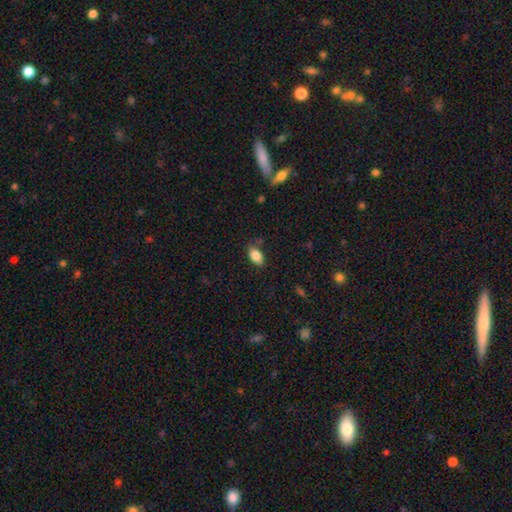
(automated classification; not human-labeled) smooth_or_featured: smooth (p=0.86) [alt: star or artifact p=0.08]
how_rounded: in between (p=0.91) [alt: round p=0.06]
merging: none (p=0.78) [alt: minor disturbance p=0.15]